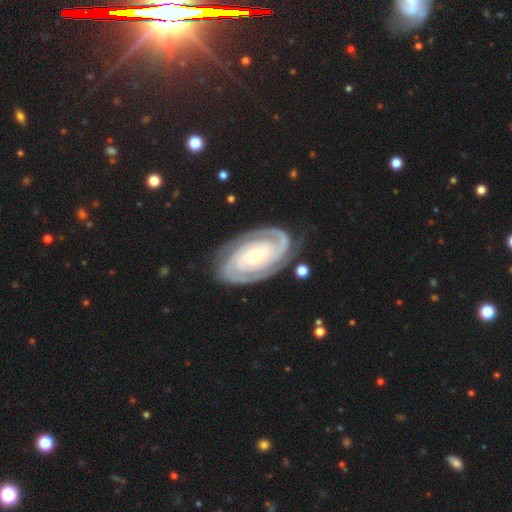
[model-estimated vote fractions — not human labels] Morphology: type=featured or disk (92%); edge-on=no (97%); bar=no (56%); spiral arms=yes (98%); winding=tight (80%); arm count=2 (84%); bulge=small (62%); merging=none (81%).